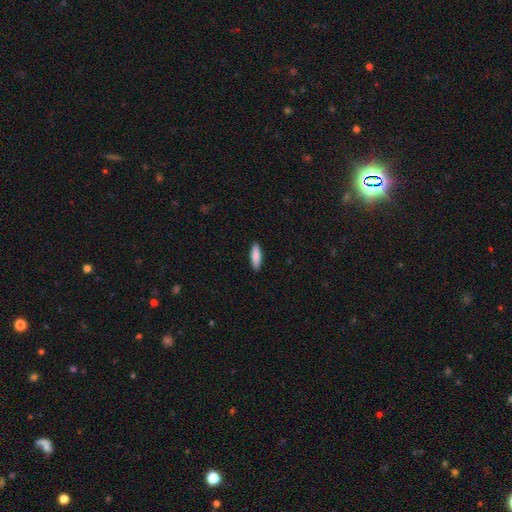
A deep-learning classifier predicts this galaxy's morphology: This is clearly a smooth galaxy (87%). How rounded: possibly cigar-shaped (52%). Merging: clearly none (90%).